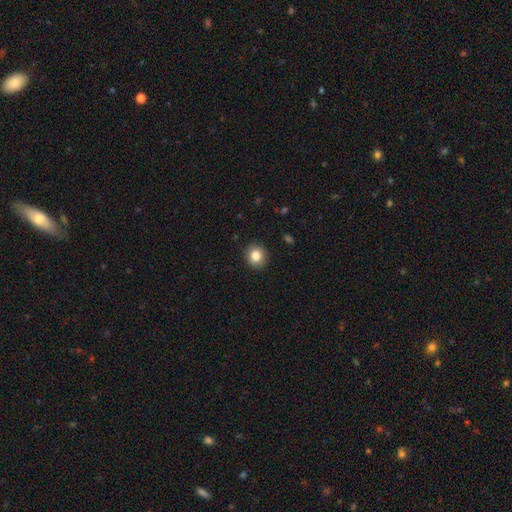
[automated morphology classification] A smooth galaxy with no disk features (85%) that is round (85%). Merging: none (91%).